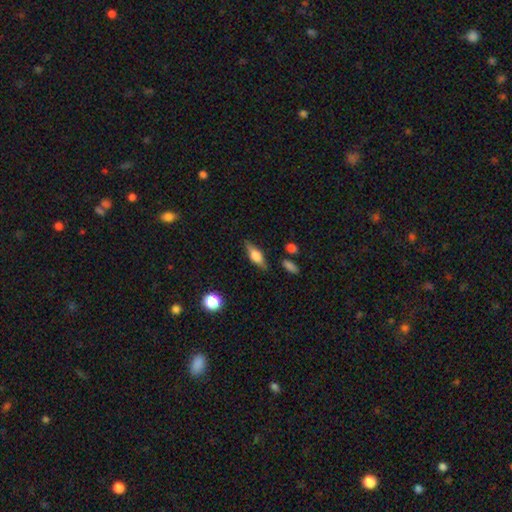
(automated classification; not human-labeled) Smooth or featured? featured or disk (49%)
Merging? none (82%)